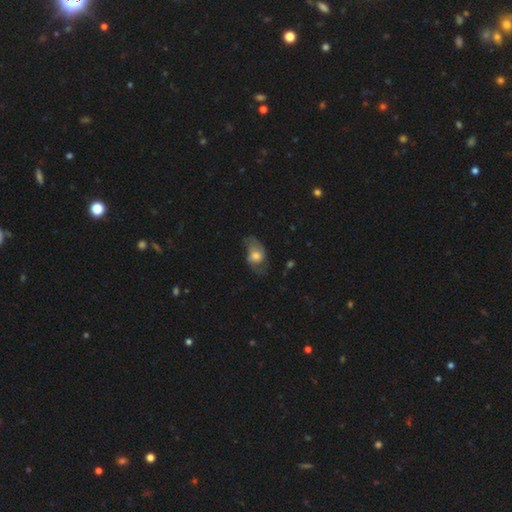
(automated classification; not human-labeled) smooth_or_featured: featured or disk (p=0.49) [alt: smooth p=0.43]
merging: none (p=0.48) [alt: minor disturbance p=0.28]